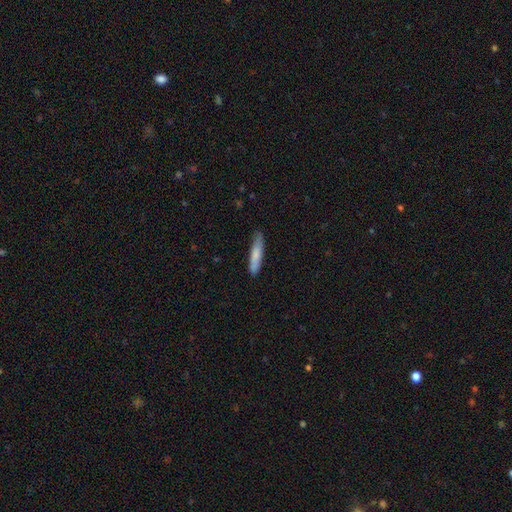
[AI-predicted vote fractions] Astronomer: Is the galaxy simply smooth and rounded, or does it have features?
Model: smooth — 79%.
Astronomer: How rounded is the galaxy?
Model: cigar-shaped — 86%.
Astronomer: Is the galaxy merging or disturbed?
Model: none — 78%.